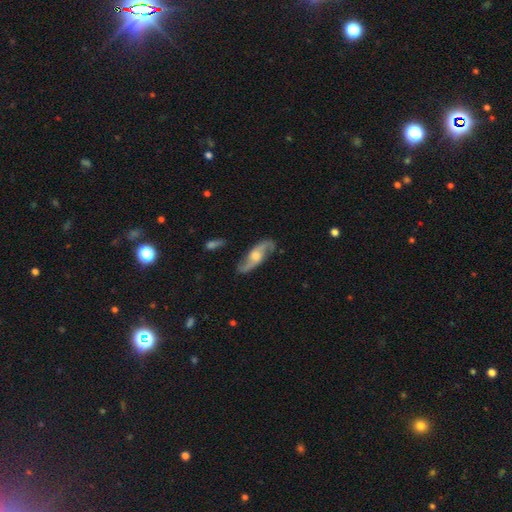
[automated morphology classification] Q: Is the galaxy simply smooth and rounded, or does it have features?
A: featured or disk — 81%.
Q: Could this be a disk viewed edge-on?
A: no — 87%.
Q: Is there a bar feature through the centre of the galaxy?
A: no — 53%.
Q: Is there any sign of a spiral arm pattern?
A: yes — 94%.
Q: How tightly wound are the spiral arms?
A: loose — 61%.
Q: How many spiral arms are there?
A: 2 — 92%.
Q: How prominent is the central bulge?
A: moderate — 60%.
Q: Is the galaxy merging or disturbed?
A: none — 80%.